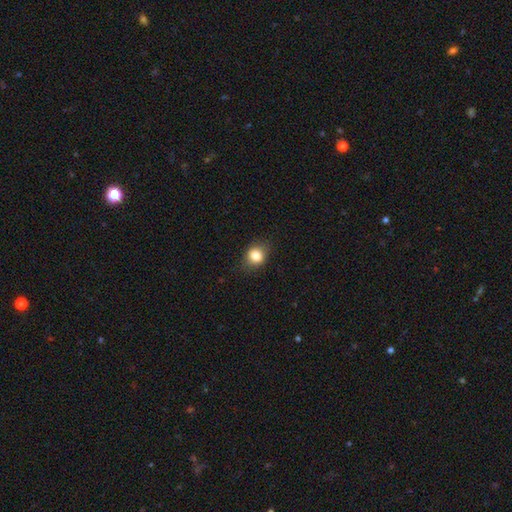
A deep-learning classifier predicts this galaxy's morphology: Q: Smooth or featured?
A: smooth (81%); runner-up: star or artifact (11%)
Q: How rounded?
A: round (59%); runner-up: in between (40%)
Q: Merging?
A: none (79%); runner-up: minor disturbance (16%)